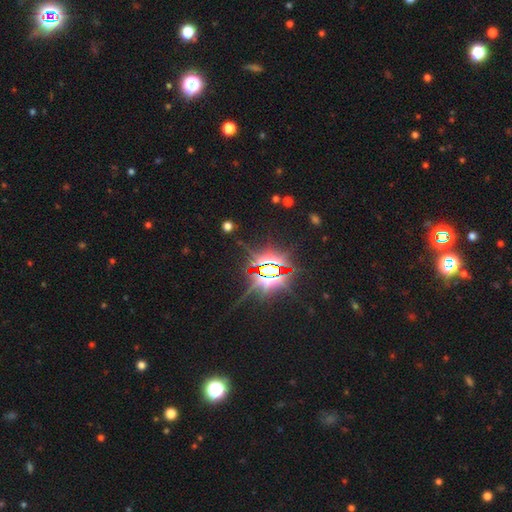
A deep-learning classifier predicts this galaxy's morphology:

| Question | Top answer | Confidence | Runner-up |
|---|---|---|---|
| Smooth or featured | star or artifact | 84% | featured or disk (8%) |